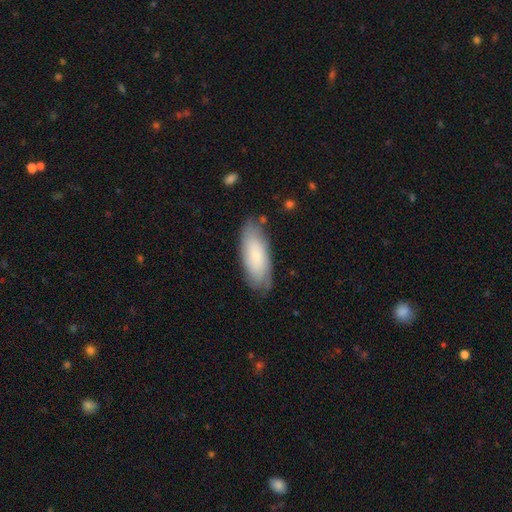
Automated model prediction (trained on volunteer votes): smooth-or-featured: smooth: 71% | featured or disk: 22% | star or artifact: 6%
  how-rounded: in between: 74% | cigar-shaped: 25% | round: 2%
  merging: none: 75% | minor disturbance: 19% | major disturbance: 4% | merger: 2%